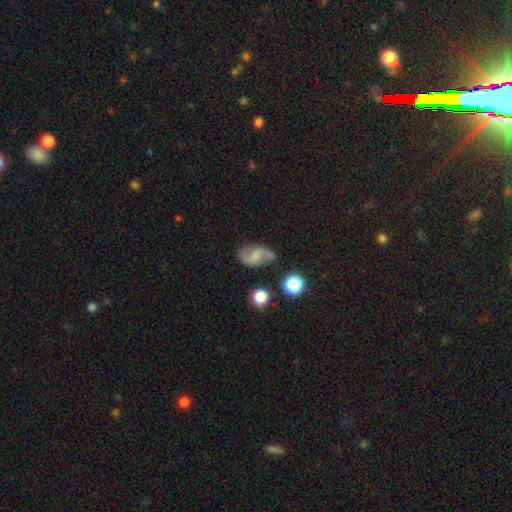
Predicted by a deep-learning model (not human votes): Q: Smooth or featured?
A: featured or disk (62%); runner-up: smooth (28%)
Q: Edge-on disk?
A: no (97%); runner-up: yes (3%)
Q: Bar?
A: weak (48%); runner-up: no (40%)
Q: Spiral arms?
A: yes (91%); runner-up: no (9%)
Q: Spiral winding?
A: loose (55%); runner-up: medium (35%)
Q: Spiral arm count?
A: 2 (89%); runner-up: can't tell (5%)
Q: Bulge size?
A: small (43%); runner-up: none (28%)
Q: Merging?
A: none (66%); runner-up: minor disturbance (21%)